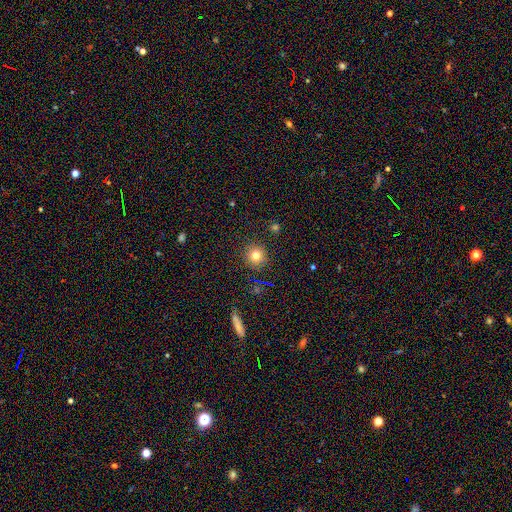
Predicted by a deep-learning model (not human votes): Q: Smooth or featured?
A: smooth (78%); runner-up: star or artifact (15%)
Q: How rounded?
A: round (93%); runner-up: in between (6%)
Q: Merging?
A: none (90%); runner-up: minor disturbance (6%)